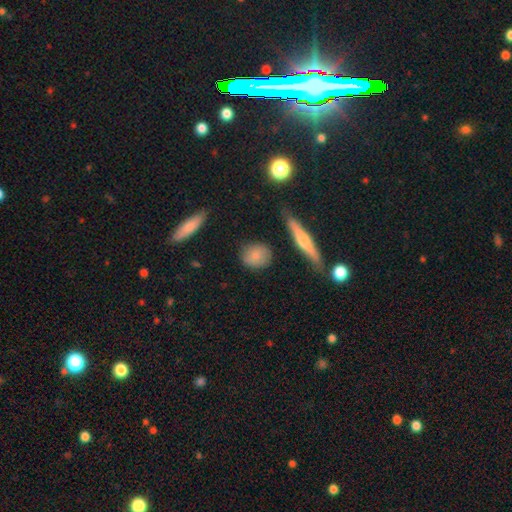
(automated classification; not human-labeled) Smooth or featured: smooth — 81% (featured or disk — 12%)
How rounded: round — 68% (in between — 27%)
Merging: none — 82% (minor disturbance — 12%)